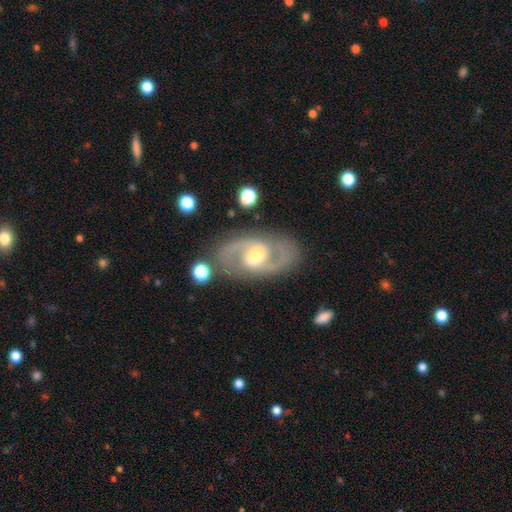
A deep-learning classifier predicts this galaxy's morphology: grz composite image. It shows a featured or disk galaxy (86%) with a weak bar (50%), 2 (91%) medium (60%) spiral arms (94%) and a moderate central bulge (64%). Merging: none (83%).